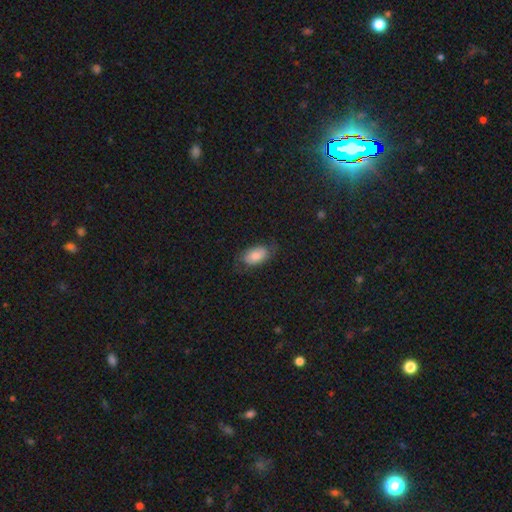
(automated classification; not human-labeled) A smooth galaxy with no disk features (73%) that is in between round and cigar-shaped (92%). Merging: none (68%).